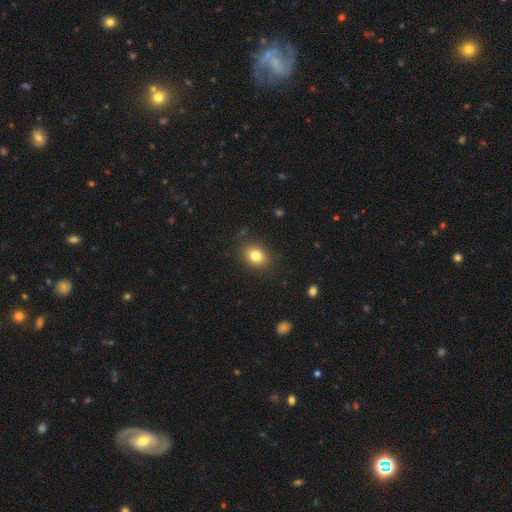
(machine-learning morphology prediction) Smooth or featured? smooth (82%)
How rounded? in between (62%)
Merging? none (86%)